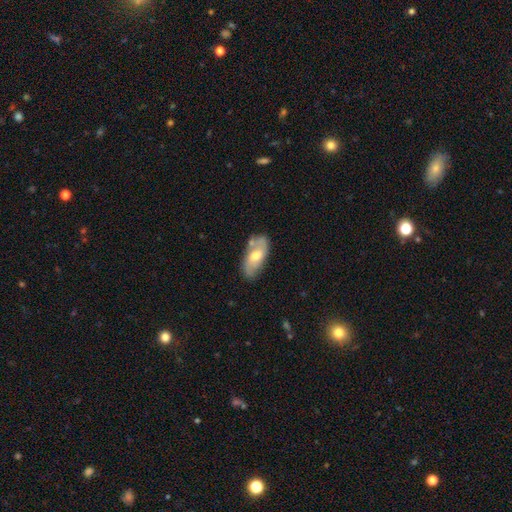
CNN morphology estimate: The model was most divided on "smooth or featured": featured or disk: 48%, smooth: 46%, star or artifact: 6%. More confident: merging — none (65%).